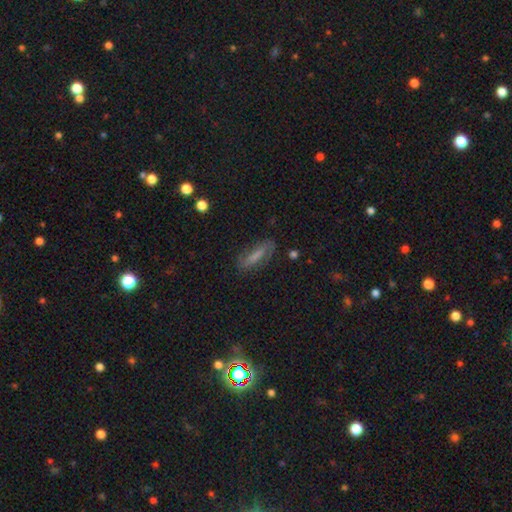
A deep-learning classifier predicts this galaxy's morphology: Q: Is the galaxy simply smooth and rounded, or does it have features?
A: smooth — 61%.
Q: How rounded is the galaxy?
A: cigar-shaped — 58%.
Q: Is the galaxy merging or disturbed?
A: none — 74%.